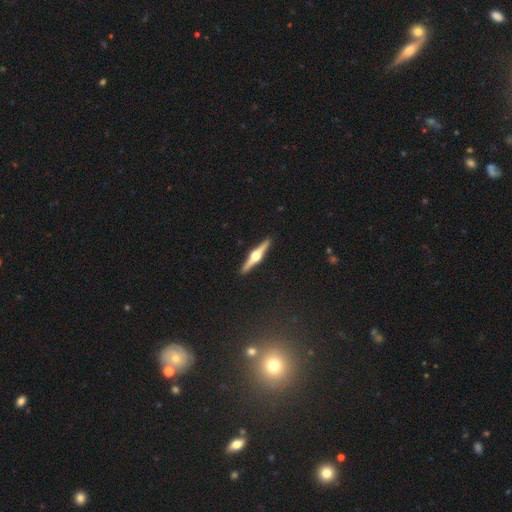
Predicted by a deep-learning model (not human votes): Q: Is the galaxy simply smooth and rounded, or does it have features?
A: featured or disk — 81%.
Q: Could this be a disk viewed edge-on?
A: yes — 98%.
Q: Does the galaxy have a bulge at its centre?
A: rounded — 96%.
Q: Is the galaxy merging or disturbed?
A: none — 92%.